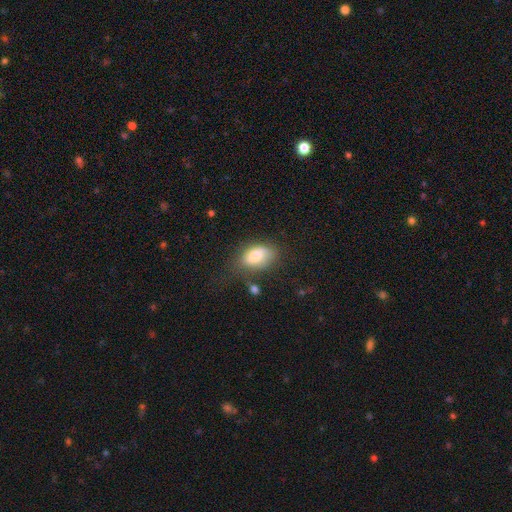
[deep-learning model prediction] Morphology: type=smooth (78%); roundness=in between (90%); merging=none (57%).